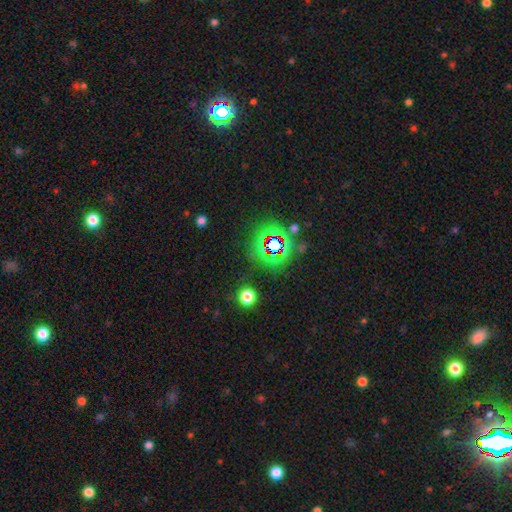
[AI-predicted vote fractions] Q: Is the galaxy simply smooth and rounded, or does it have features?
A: star or artifact — 63%.